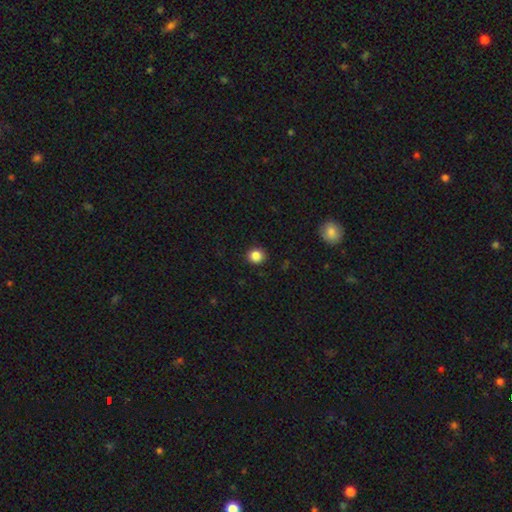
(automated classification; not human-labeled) Smooth or featured?
  - smooth: 86% *
  - star or artifact: 10%
  - featured or disk: 4%
How rounded?
  - round: 89% *
  - in between: 10%
  - cigar-shaped: 1%
Merging?
  - none: 92% *
  - minor disturbance: 6%
  - major disturbance: 2%
  - merger: 1%